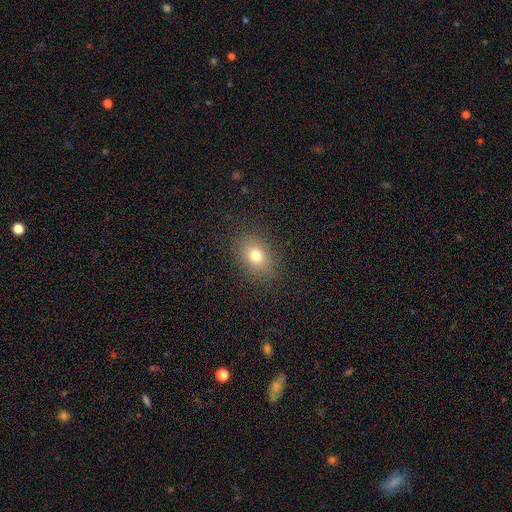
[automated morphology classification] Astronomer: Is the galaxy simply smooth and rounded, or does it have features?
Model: smooth — 76%.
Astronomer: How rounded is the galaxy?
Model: in between — 69%.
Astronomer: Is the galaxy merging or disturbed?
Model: none — 86%.